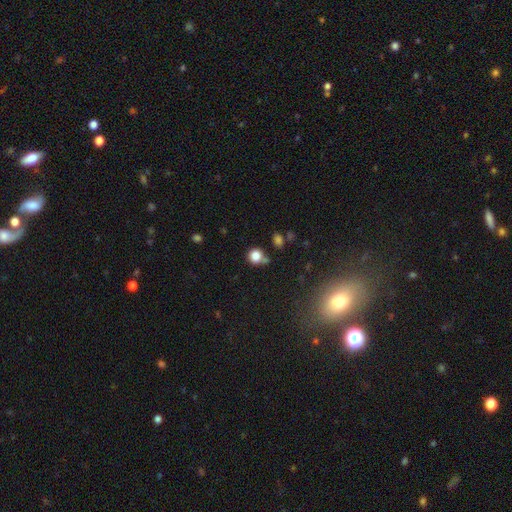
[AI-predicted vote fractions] Smooth or featured: smooth — 82% (star or artifact — 12%)
How rounded: round — 85% (in between — 13%)
Merging: none — 62% (merger — 17%)